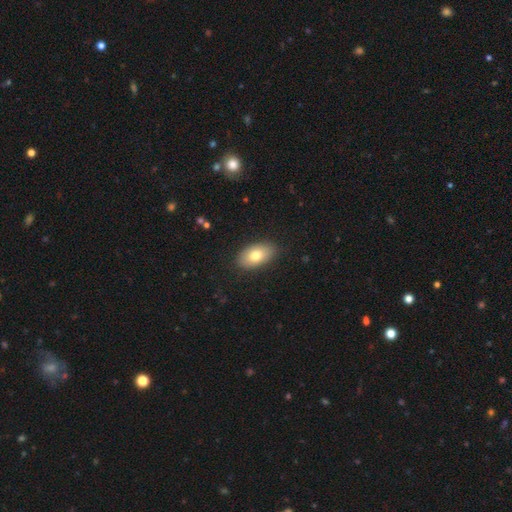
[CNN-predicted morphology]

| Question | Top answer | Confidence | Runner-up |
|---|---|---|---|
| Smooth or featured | smooth | 76% | featured or disk (17%) |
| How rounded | in between | 93% | round (6%) |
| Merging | none | 86% | minor disturbance (11%) |